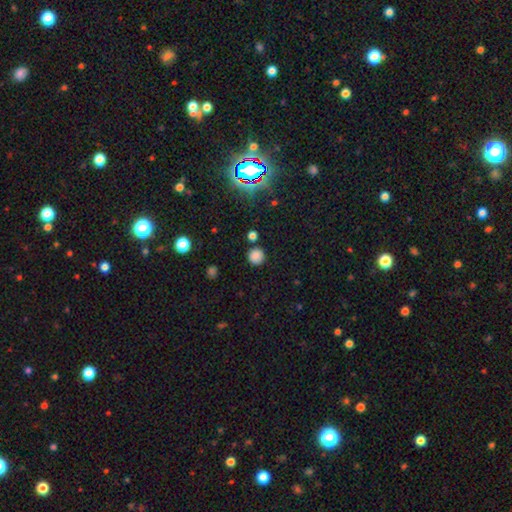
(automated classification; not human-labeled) Smooth or featured: smooth — 80% (star or artifact — 16%)
How rounded: round — 92% (in between — 7%)
Merging: none — 85% (minor disturbance — 8%)